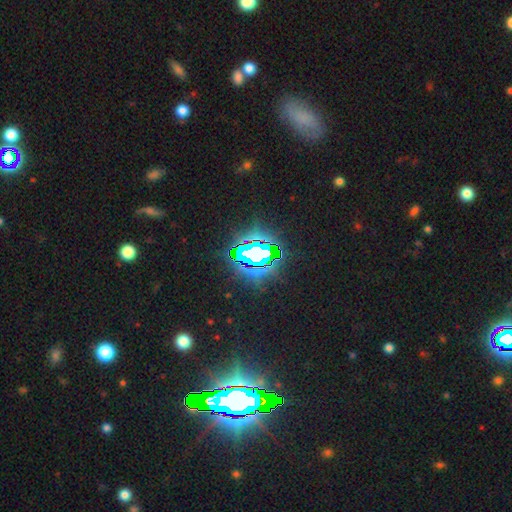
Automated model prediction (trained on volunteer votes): Morphology: type=star or artifact (78%).